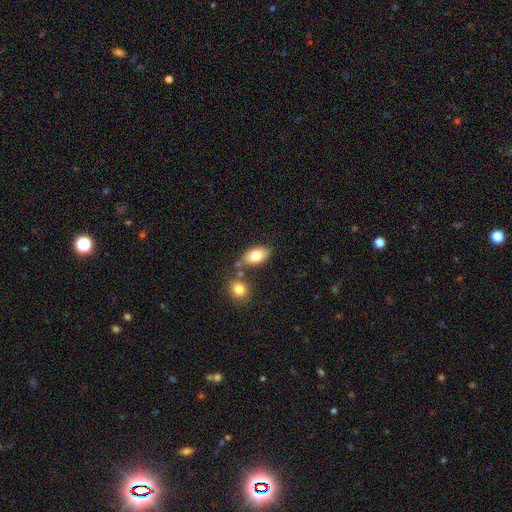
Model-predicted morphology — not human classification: This appears to be a smooth galaxy with no disk features (79%) that is in between round and cigar-shaped (90%). Merging: none (66%).